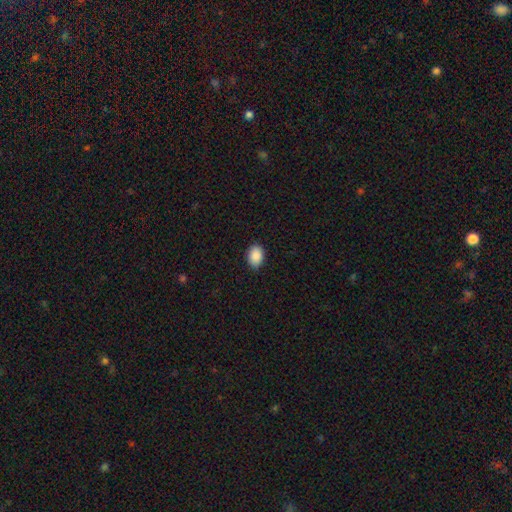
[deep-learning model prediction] This appears to be a smooth galaxy with no disk features (89%) that is in between round and cigar-shaped (81%). Merging: none (86%).